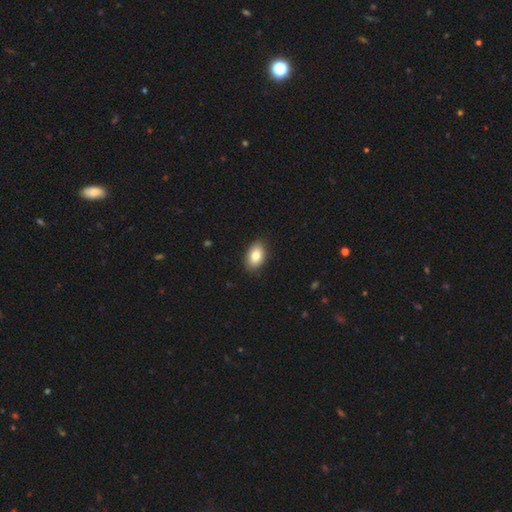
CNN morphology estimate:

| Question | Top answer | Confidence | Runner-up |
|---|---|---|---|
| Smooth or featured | smooth | 83% | featured or disk (10%) |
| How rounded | in between | 90% | round (8%) |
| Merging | none | 88% | minor disturbance (9%) |